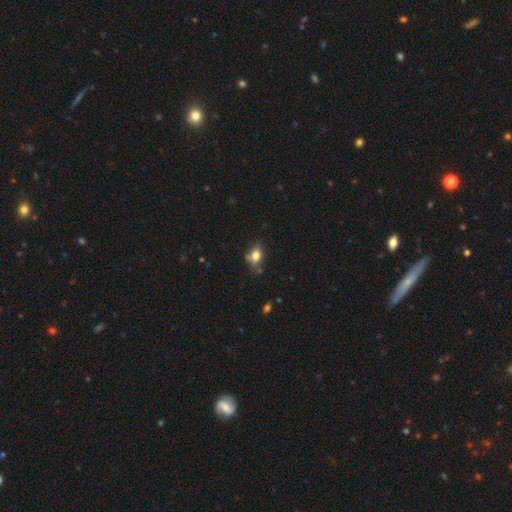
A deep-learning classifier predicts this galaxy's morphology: type=smooth (70%); roundness=in between (72%); merging=none (57%).